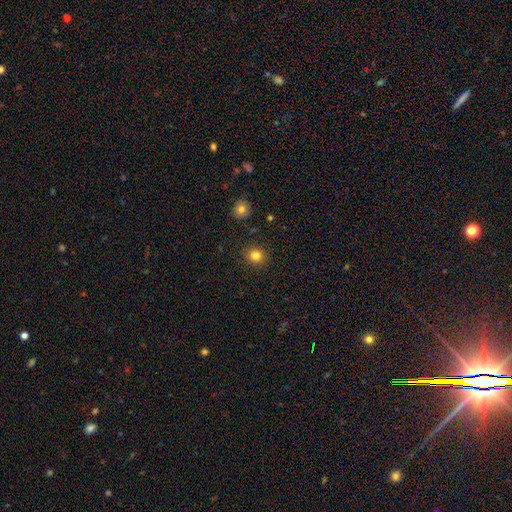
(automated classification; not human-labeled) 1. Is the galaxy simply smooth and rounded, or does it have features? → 82% smooth, 12% star or artifact, 6% featured or disk.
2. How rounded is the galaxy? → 86% round, 13% in between, 1% cigar-shaped.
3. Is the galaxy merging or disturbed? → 90% none, 7% minor disturbance, 2% major disturbance, 1% merger.